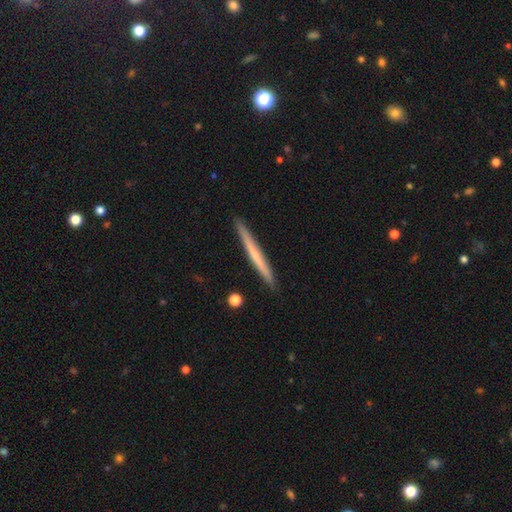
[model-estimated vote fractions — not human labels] Smooth or featured: featured or disk — 50% (smooth — 45%)
Edge-on disk: yes — 97% (no — 3%)
Merging: none — 91% (minor disturbance — 6%)